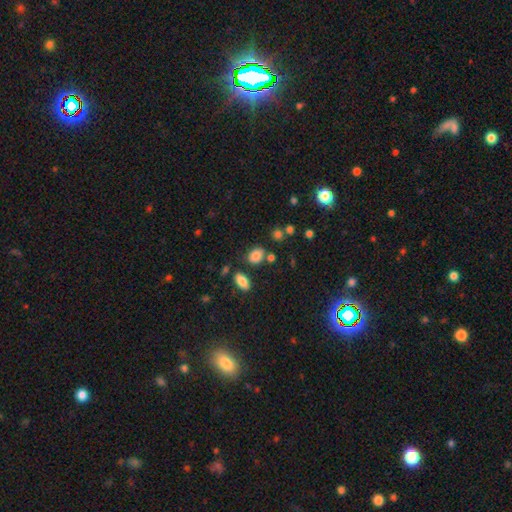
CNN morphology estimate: Smooth or featured? Predicted: smooth (p=0.82). How rounded? Predicted: in between (p=0.66). Merging? Predicted: none (p=0.72).